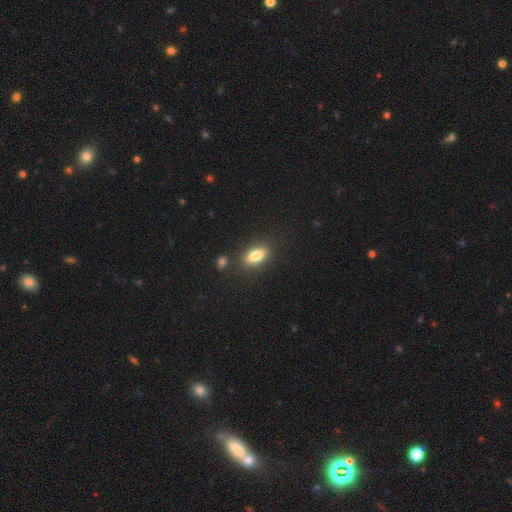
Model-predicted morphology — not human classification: Smooth or featured? Predicted: smooth (p=0.82). How rounded? Predicted: in between (p=0.85). Merging? Predicted: none (p=0.82).